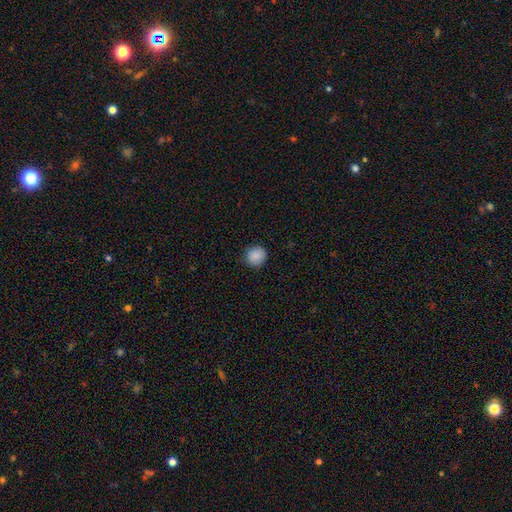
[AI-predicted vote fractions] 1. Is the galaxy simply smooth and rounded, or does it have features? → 88% smooth, 8% star or artifact, 3% featured or disk.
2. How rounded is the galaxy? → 91% round, 8% in between, 1% cigar-shaped.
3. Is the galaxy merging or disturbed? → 90% none, 7% minor disturbance, 2% major disturbance, 1% merger.